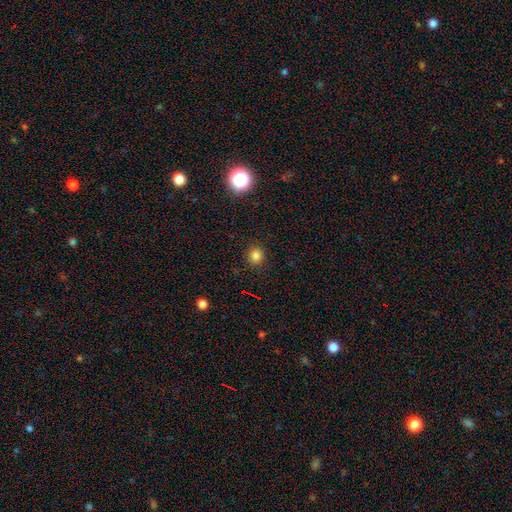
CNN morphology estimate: Smooth or featured: smooth — 80% (star or artifact — 15%)
How rounded: round — 87% (in between — 12%)
Merging: none — 90% (minor disturbance — 6%)